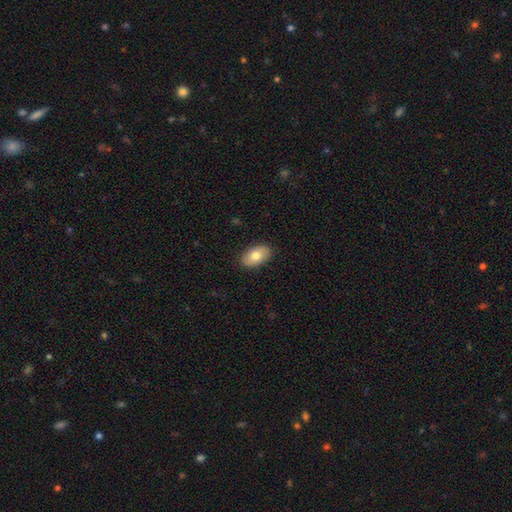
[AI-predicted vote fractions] This is likely a smooth galaxy (77%). How rounded: clearly in between (92%). Merging: clearly none (88%).